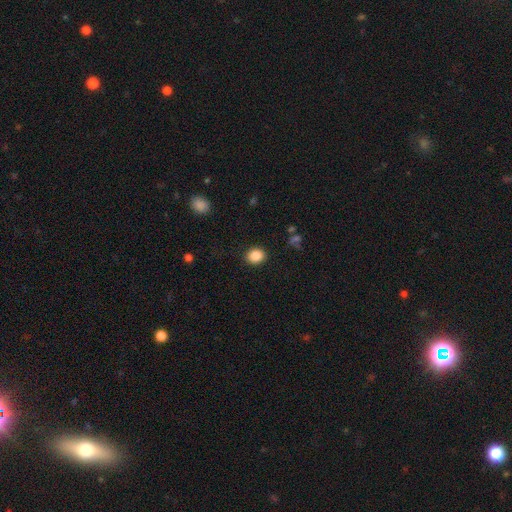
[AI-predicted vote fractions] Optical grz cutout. It shows a smooth galaxy with no disk features (87%) that is round (65%). Merging: none (89%).